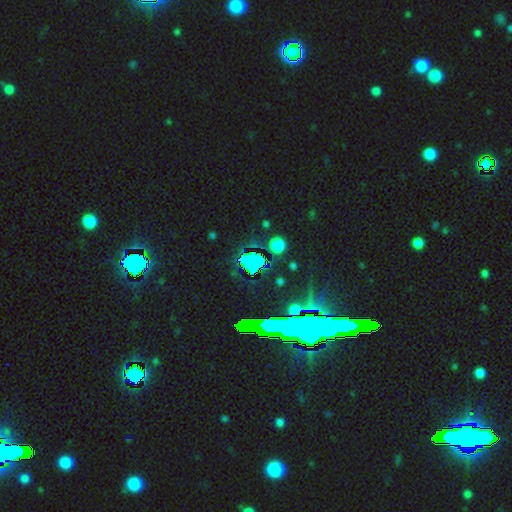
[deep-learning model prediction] Q: Smooth or featured?
A: star or artifact (78%); runner-up: smooth (11%)